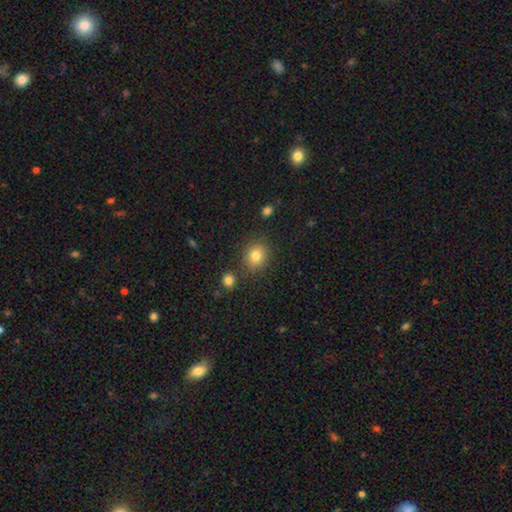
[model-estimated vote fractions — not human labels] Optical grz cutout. It shows a smooth galaxy with no disk features (82%) that is round (70%). Merging: none (82%).